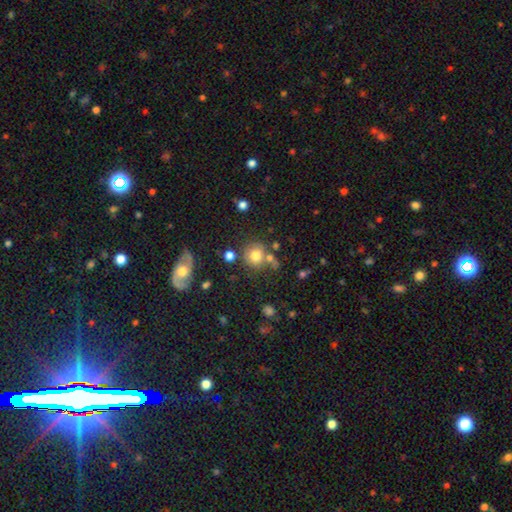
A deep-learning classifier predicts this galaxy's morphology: smooth_or_featured: smooth (p=0.76) [alt: star or artifact p=0.12]
how_rounded: round (p=0.83) [alt: in between p=0.16]
merging: none (p=0.63) [alt: merger p=0.16]